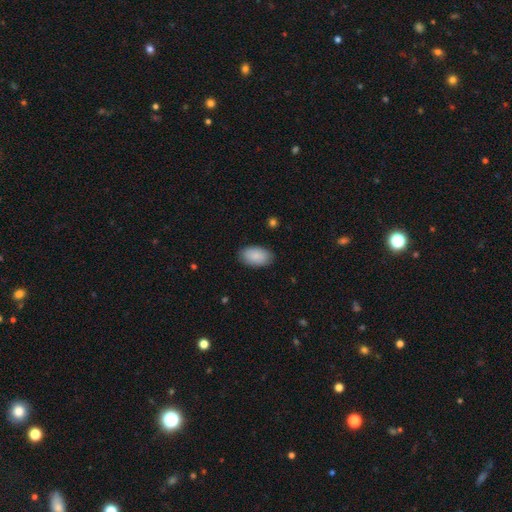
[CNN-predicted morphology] This appears to be a smooth galaxy with no disk features (89%) that is in between round and cigar-shaped (95%). Merging: none (86%).